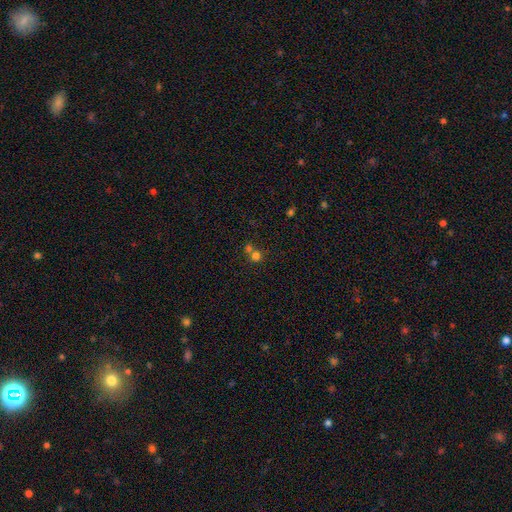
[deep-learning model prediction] Q: Smooth or featured?
A: smooth (74%); runner-up: star or artifact (17%)
Q: How rounded?
A: round (88%); runner-up: in between (11%)
Q: Merging?
A: none (46%); runner-up: merger (45%)